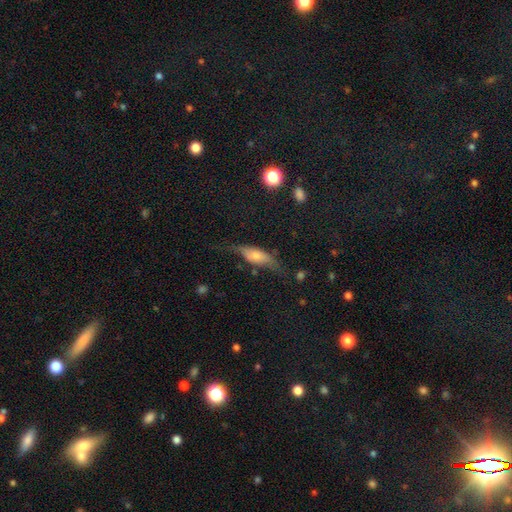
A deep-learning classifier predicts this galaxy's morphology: type=smooth (53%); roundness=in between (64%); merging=none (47%).